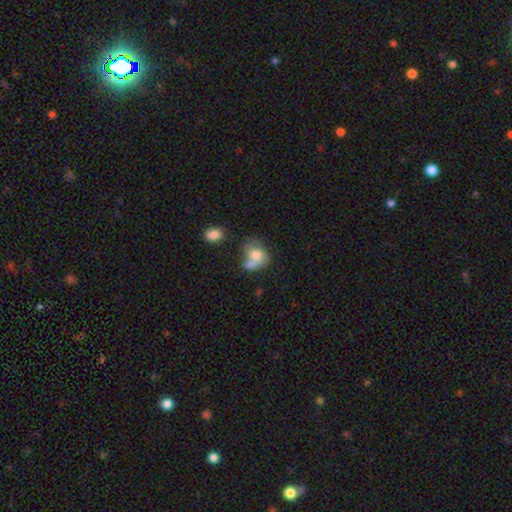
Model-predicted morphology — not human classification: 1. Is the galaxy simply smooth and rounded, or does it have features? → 66% smooth, 25% featured or disk, 9% star or artifact.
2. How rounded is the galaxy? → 55% in between, 44% round, 1% cigar-shaped.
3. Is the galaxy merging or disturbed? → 40% merger, 27% none, 17% minor disturbance, 16% major disturbance.